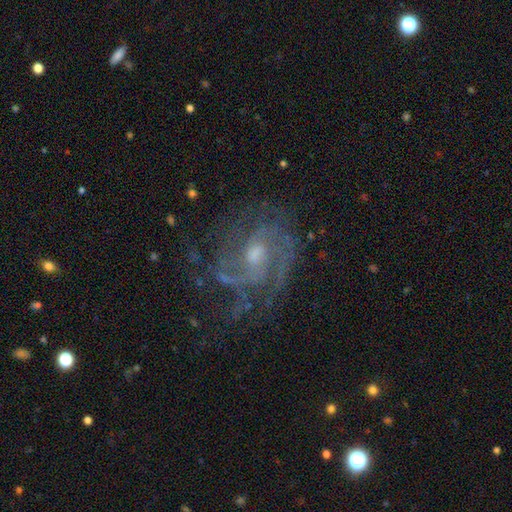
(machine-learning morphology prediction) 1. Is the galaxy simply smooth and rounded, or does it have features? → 85% featured or disk, 8% star or artifact, 7% smooth.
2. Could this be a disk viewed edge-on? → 97% no, 3% yes.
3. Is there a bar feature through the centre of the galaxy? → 51% no, 41% weak, 8% strong.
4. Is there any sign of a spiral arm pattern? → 93% yes, 7% no.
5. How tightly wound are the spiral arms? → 46% medium, 39% tight, 15% loose.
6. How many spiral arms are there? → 40% 2, 24% can't tell, 20% 3, 6% 4, 6% 1, 5% more than 4.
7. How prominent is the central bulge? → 53% moderate, 38% small, 4% none, 4% large, 1% dominant.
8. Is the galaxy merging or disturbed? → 62% none, 19% minor disturbance, 17% major disturbance, 2% merger.